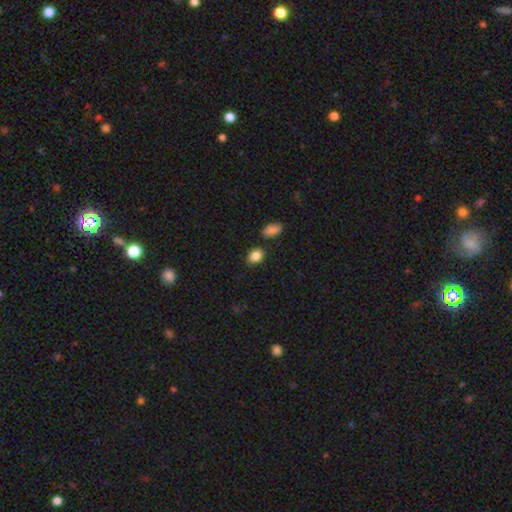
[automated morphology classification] Q: Smooth or featured?
A: smooth (87%); runner-up: star or artifact (9%)
Q: How rounded?
A: in between (75%); runner-up: round (23%)
Q: Merging?
A: none (82%); runner-up: minor disturbance (11%)